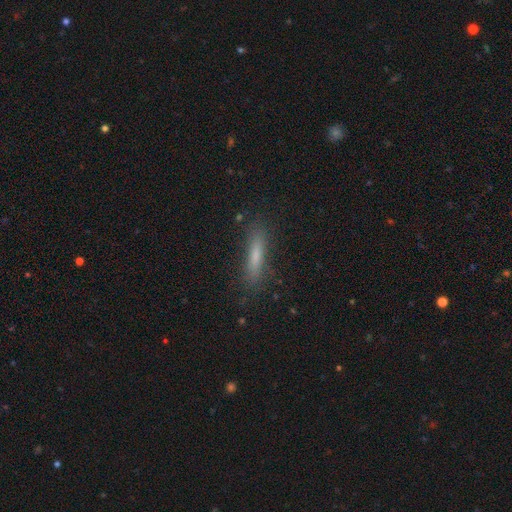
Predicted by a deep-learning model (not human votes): A smooth galaxy with no disk features (67%) that is cigar-shaped (86%).

Vote fractions:
- Smooth or featured? smooth: 67% / featured or disk: 23% / star or artifact: 10%
- How rounded? cigar-shaped: 86% / in between: 12% / round: 2%
- Merging? none: 83% / minor disturbance: 12% / major disturbance: 4% / merger: 2%